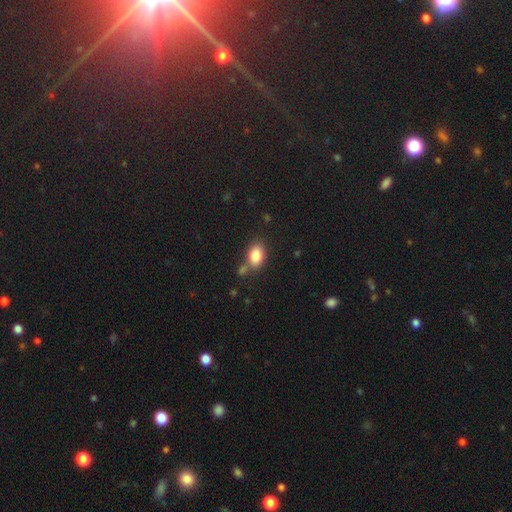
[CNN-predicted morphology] smooth-or-featured: smooth: 84% | star or artifact: 9% | featured or disk: 7%
  how-rounded: in between: 81% | round: 18% | cigar-shaped: 1%
  merging: none: 64% | minor disturbance: 16% | merger: 15% | major disturbance: 5%